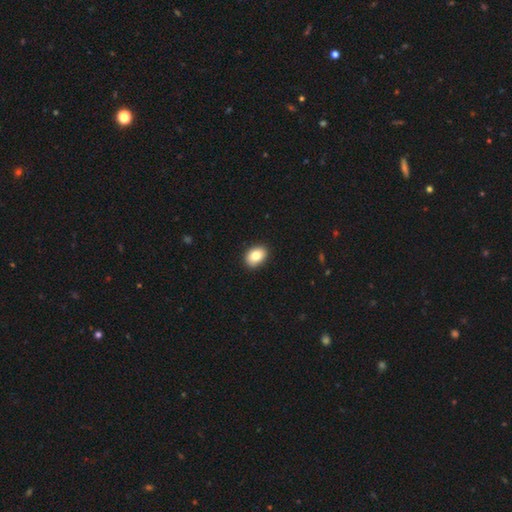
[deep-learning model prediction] smooth_or_featured: smooth (p=0.83) [alt: featured or disk p=0.09]
how_rounded: in between (p=0.78) [alt: round p=0.21]
merging: none (p=0.90) [alt: minor disturbance p=0.07]